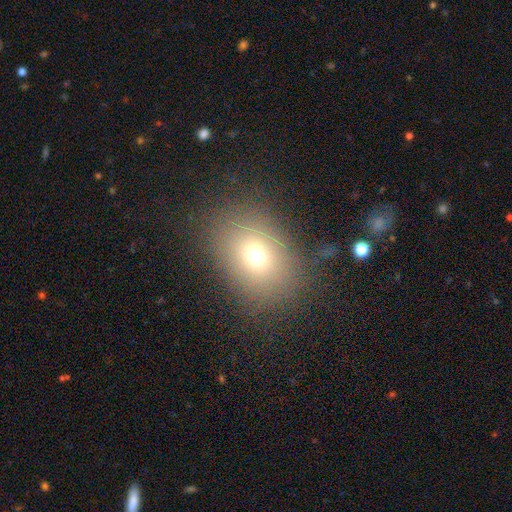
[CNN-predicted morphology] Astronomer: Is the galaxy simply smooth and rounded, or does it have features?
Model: smooth — 69%.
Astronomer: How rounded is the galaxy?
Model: in between — 60% (runner-up: round, 39%).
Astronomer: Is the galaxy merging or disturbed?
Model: none — 80%.